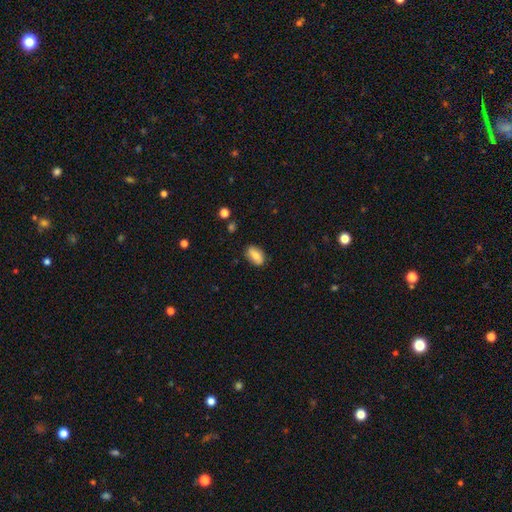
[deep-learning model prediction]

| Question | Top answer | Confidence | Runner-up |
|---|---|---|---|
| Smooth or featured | smooth | 79% | featured or disk (14%) |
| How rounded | in between | 90% | round (6%) |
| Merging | none | 83% | minor disturbance (13%) |